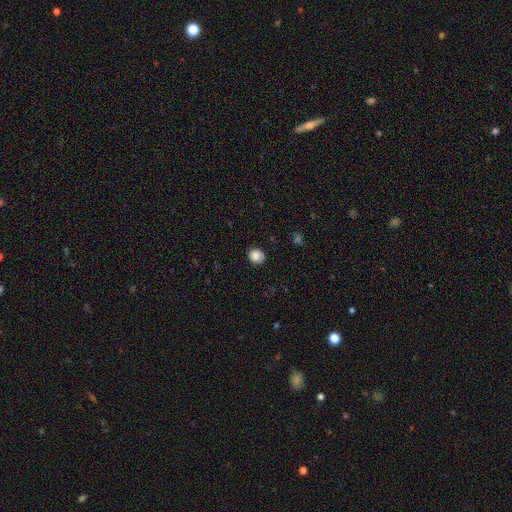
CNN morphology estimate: Smooth or featured? Predicted: smooth (p=0.83). How rounded? Predicted: round (p=0.73). Merging? Predicted: none (p=0.82).